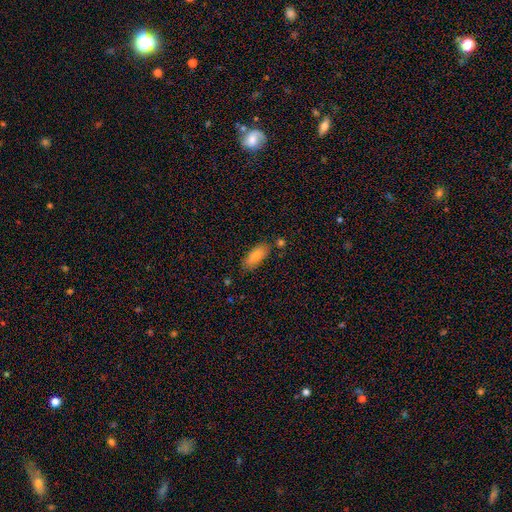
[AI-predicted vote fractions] A smooth galaxy with no disk features (84%) that is in between round and cigar-shaped (80%).

Vote fractions:
- Smooth or featured? smooth: 84% / featured or disk: 9% / star or artifact: 7%
- How rounded? in between: 80% / cigar-shaped: 18% / round: 2%
- Merging? none: 78% / minor disturbance: 14% / merger: 5% / major disturbance: 3%